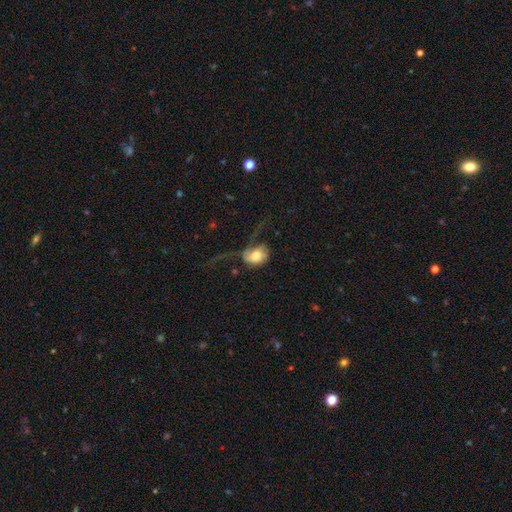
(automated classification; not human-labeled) The model was most divided on "how rounded": in between: 57%, round: 41%, cigar-shaped: 1%. More confident: smooth or featured — smooth (59%); merging — major disturbance (56%).